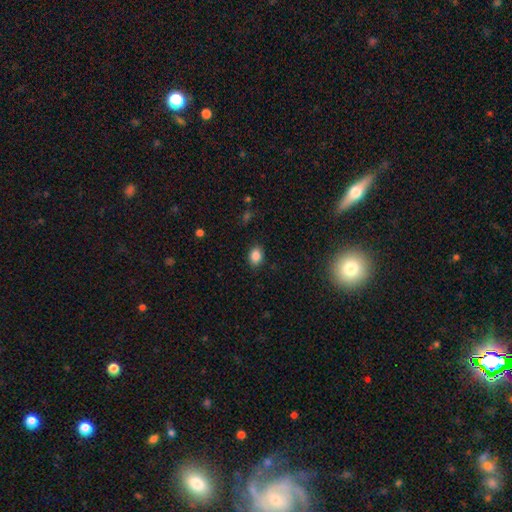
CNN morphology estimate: A smooth galaxy with no disk features (86%) that is in between round and cigar-shaped (72%). Merging: none (85%).